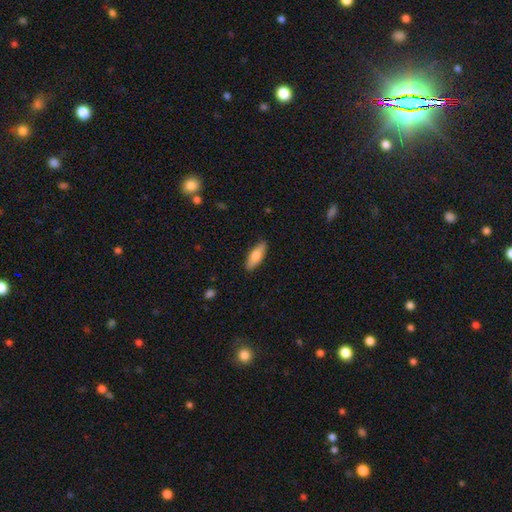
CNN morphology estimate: Q: Smooth or featured?
A: smooth (75%); runner-up: featured or disk (19%)
Q: How rounded?
A: in between (61%); runner-up: cigar-shaped (37%)
Q: Merging?
A: none (87%); runner-up: minor disturbance (10%)